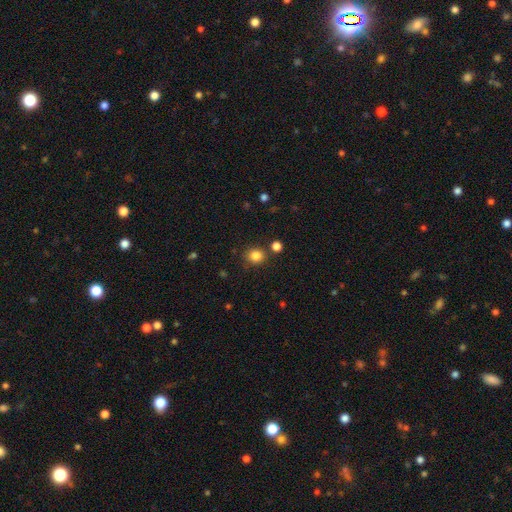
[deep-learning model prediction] Smooth or featured? smooth (84%)
How rounded? round (84%)
Merging? none (82%)